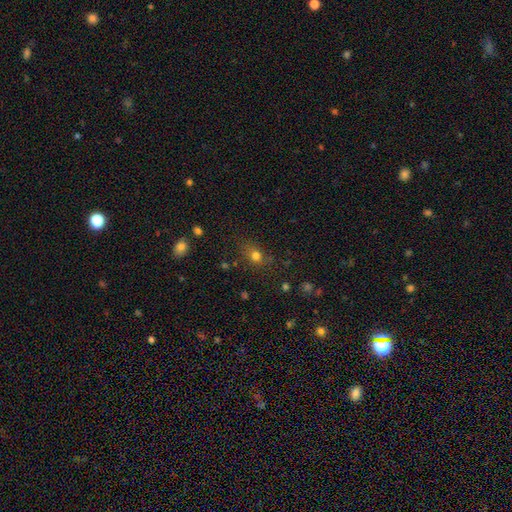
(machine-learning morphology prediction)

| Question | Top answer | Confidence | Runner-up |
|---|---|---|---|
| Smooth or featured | smooth | 74% | star or artifact (17%) |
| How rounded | round | 58% | in between (40%) |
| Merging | none | 73% | minor disturbance (17%) |